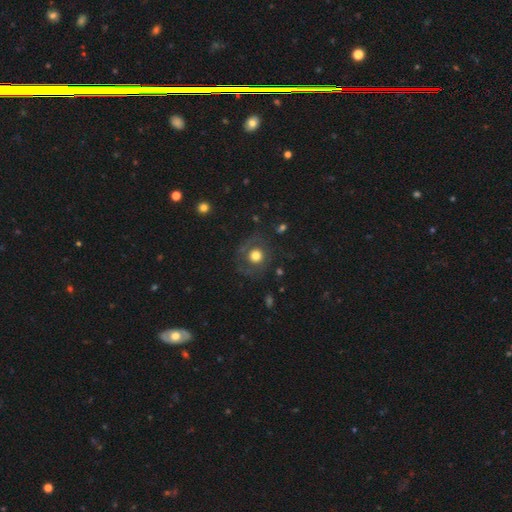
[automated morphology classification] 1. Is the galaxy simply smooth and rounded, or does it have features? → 62% smooth, 27% featured or disk, 11% star or artifact.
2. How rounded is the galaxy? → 90% round, 9% in between, 1% cigar-shaped.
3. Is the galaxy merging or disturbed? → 72% none, 14% minor disturbance, 12% major disturbance, 2% merger.